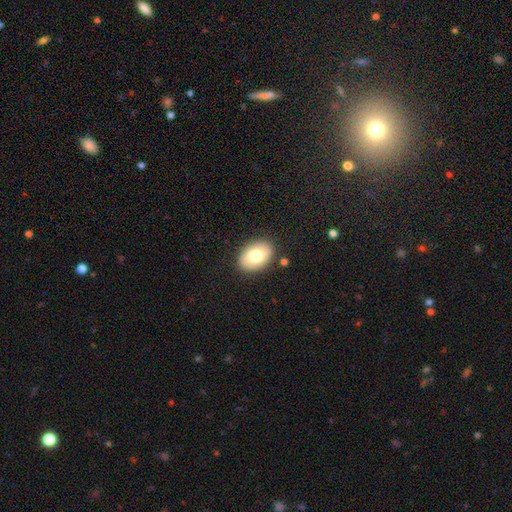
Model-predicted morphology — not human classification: smooth_or_featured: smooth (p=0.74) [alt: featured or disk p=0.19]
how_rounded: in between (p=0.82) [alt: round p=0.17]
merging: none (p=0.86) [alt: minor disturbance p=0.09]